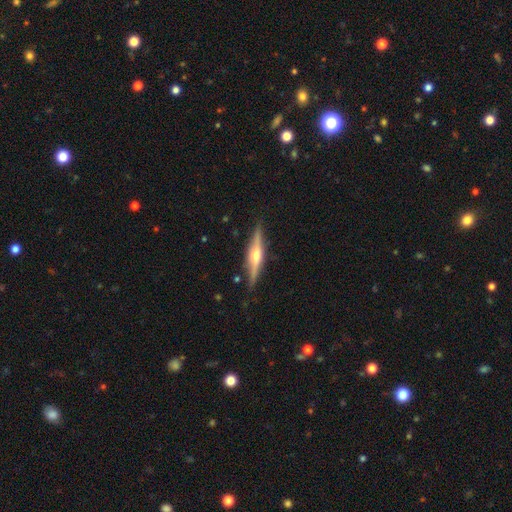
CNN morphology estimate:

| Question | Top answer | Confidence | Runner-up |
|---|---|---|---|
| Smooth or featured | featured or disk | 75% | smooth (19%) |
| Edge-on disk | yes | 97% | no (3%) |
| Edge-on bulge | rounded | 88% | boxy (8%) |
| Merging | none | 88% | minor disturbance (9%) |